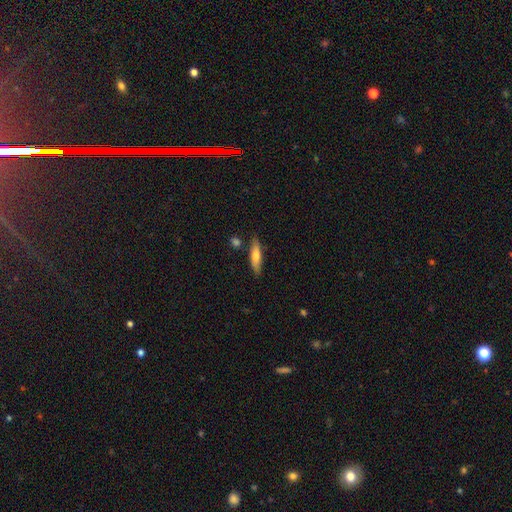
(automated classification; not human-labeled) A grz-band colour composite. It shows a smooth galaxy with no disk features (69%) that is cigar-shaped (69%). Merging: none (78%).